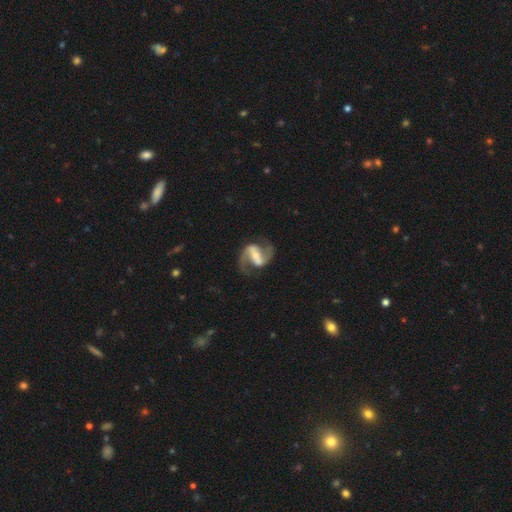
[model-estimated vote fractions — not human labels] A featured or disk galaxy (89%) with a strong bar (63%), 2 (93%) medium (57%) spiral arms (96%) and a small central bulge (45%).

Vote fractions:
- Smooth or featured? featured or disk: 89% / smooth: 6% / star or artifact: 5%
- Edge-on disk? no: 97% / yes: 3%
- Bar? strong: 63% / weak: 27% / no: 10%
- Spiral arms? yes: 96% / no: 4%
- Spiral winding? medium: 57% / loose: 30% / tight: 13%
- Spiral arm count? 2: 93% / can't tell: 2% / 1: 2% / 3: 1% / 4: 1% / more than 4: 1%
- Bulge size? small: 45% / moderate: 39% / none: 7% / large: 7% / dominant: 1%
- Merging? none: 74% / minor disturbance: 13% / major disturbance: 9% / merger: 4%